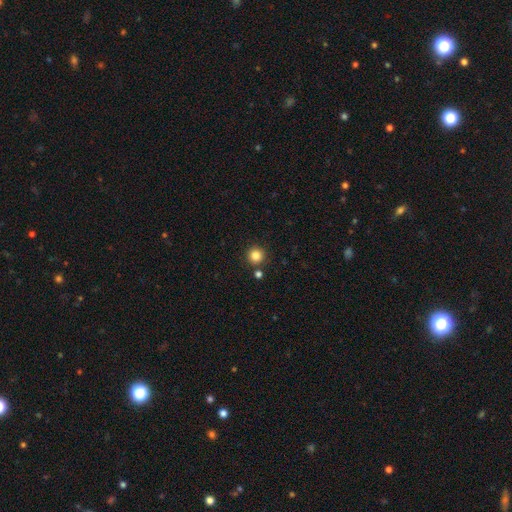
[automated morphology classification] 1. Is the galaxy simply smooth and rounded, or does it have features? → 84% smooth, 12% star or artifact, 4% featured or disk.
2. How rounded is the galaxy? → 96% round, 4% in between, 1% cigar-shaped.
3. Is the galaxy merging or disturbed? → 87% none, 6% minor disturbance, 5% merger, 2% major disturbance.